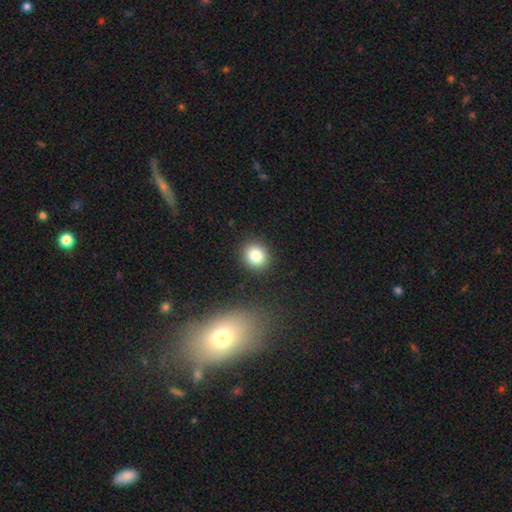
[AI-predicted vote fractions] Smooth or featured? smooth (84%)
How rounded? round (79%)
Merging? none (89%)